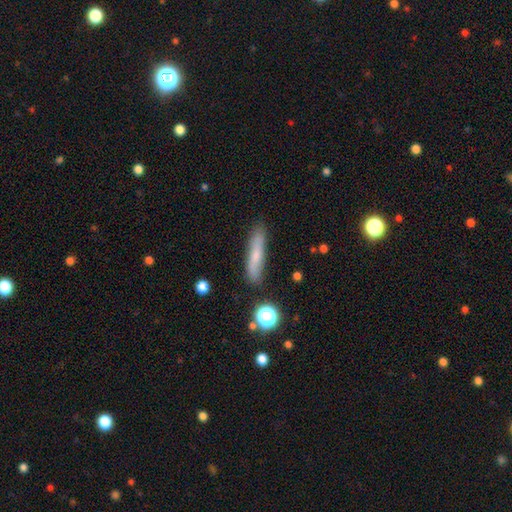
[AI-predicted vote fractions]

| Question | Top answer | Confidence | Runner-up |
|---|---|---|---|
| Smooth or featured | smooth | 66% | featured or disk (25%) |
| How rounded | cigar-shaped | 85% | in between (13%) |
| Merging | none | 83% | minor disturbance (12%) |